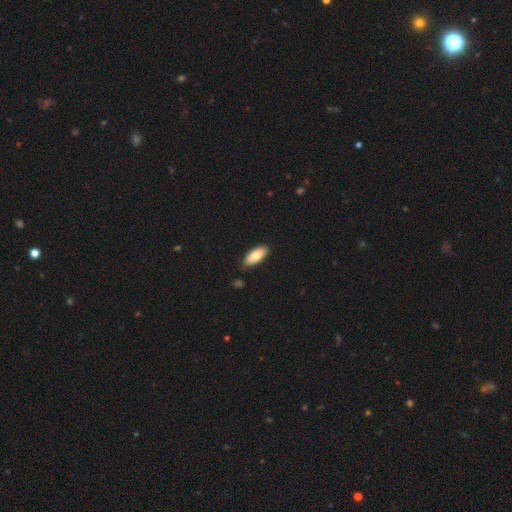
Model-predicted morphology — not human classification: Smooth or featured: smooth — 75% (featured or disk — 19%)
How rounded: in between — 82% (cigar-shaped — 15%)
Merging: none — 83% (minor disturbance — 13%)